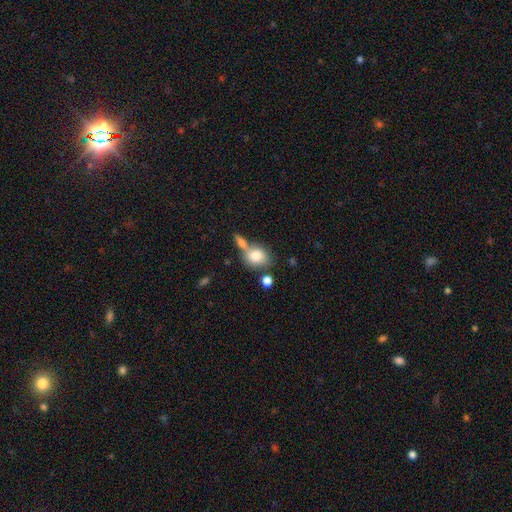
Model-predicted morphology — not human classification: Overall: smooth (79%). How rounded: round (49%, tied with in between). Merging: none (44%; merger 38%).